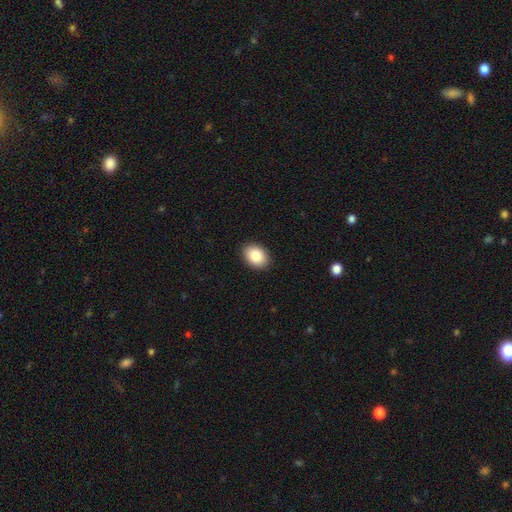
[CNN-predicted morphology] This is clearly a smooth galaxy (87%). How rounded: likely in between (74%). Merging: clearly none (90%).